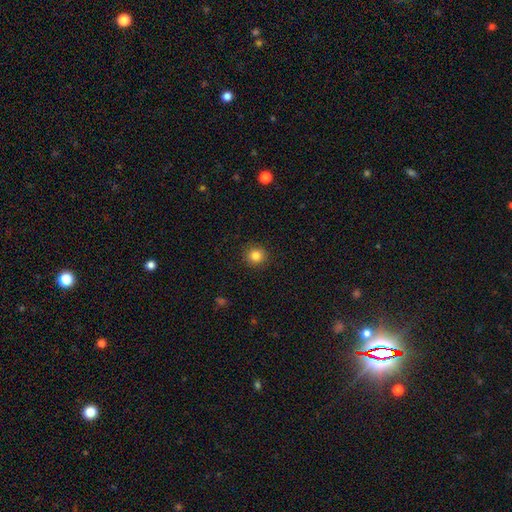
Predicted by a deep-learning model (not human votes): The model was most divided on "smooth or featured": smooth: 84%, star or artifact: 11%, featured or disk: 5%. More confident: how rounded — round (93%); merging — none (92%).